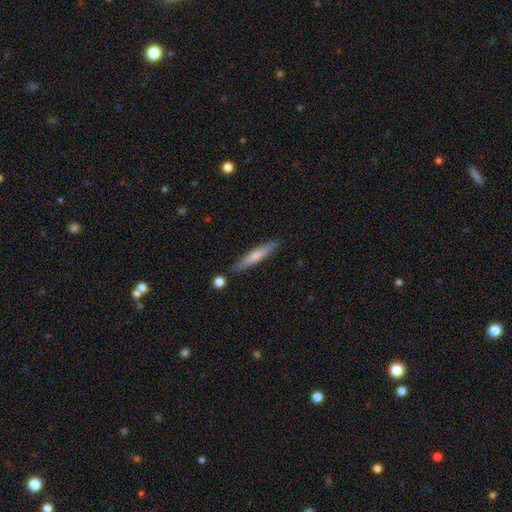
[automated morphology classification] The model was most divided on "smooth or featured": smooth: 63%, featured or disk: 31%, star or artifact: 6%. More confident: how rounded — cigar-shaped (91%); merging — none (83%).